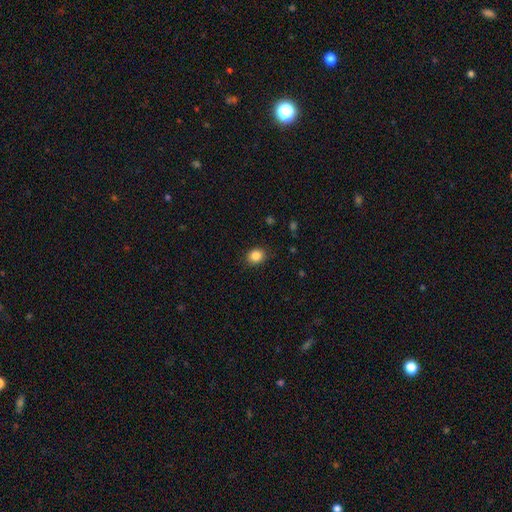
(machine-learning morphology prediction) This appears to be a smooth galaxy with no disk features (86%) that is round (65%). Merging: none (88%).